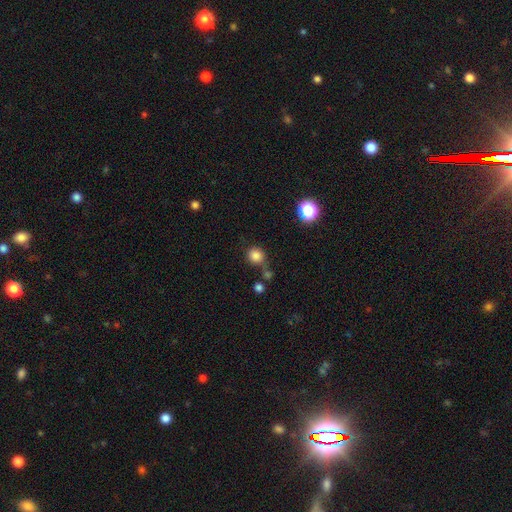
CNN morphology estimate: This is clearly a smooth galaxy (83%). How rounded: clearly round (90%). Merging: likely none (69%).